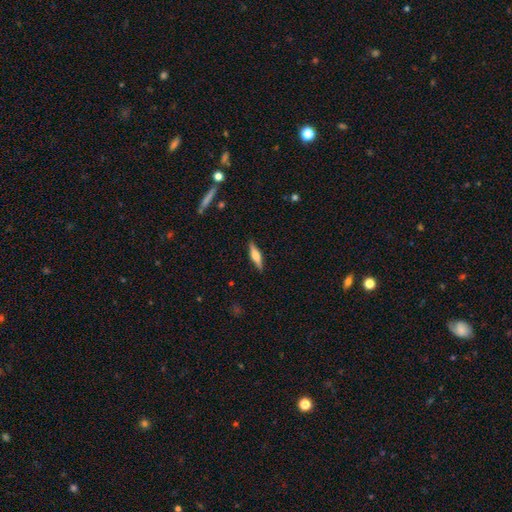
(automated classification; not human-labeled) Q: Smooth or featured?
A: featured or disk (50%); runner-up: smooth (44%)
Q: Merging?
A: none (87%); runner-up: minor disturbance (10%)